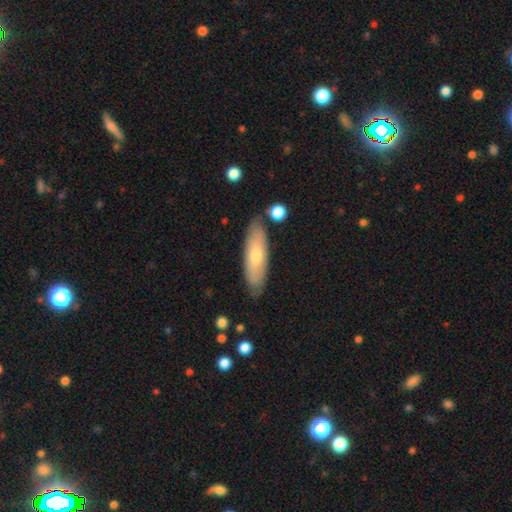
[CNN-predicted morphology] type=smooth (64%); roundness=cigar-shaped (52%); merging=none (82%).